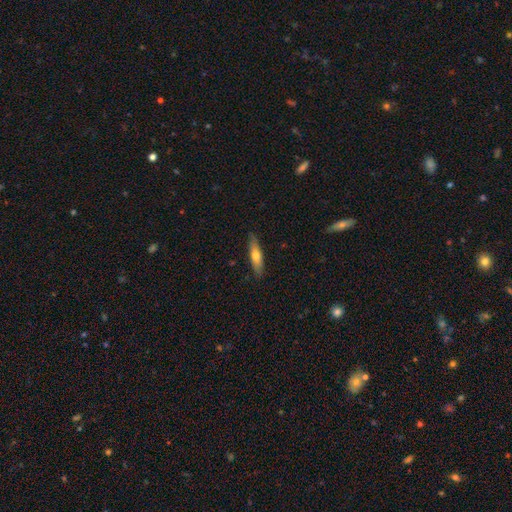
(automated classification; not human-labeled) Morphology: type=smooth (59%); roundness=cigar-shaped (72%); merging=none (85%).